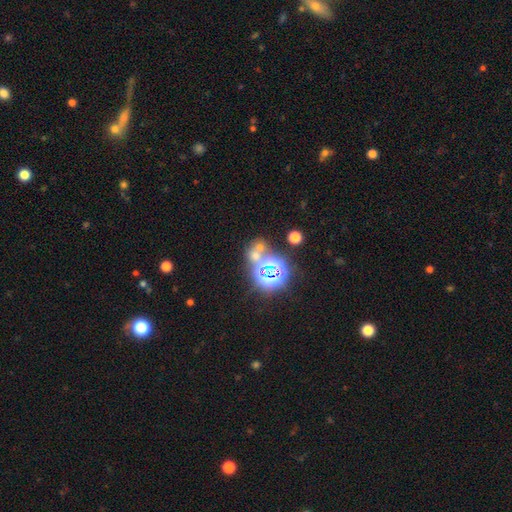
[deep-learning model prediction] The model was most divided on "smooth or featured": star or artifact: 48%, smooth: 40%, featured or disk: 12%.